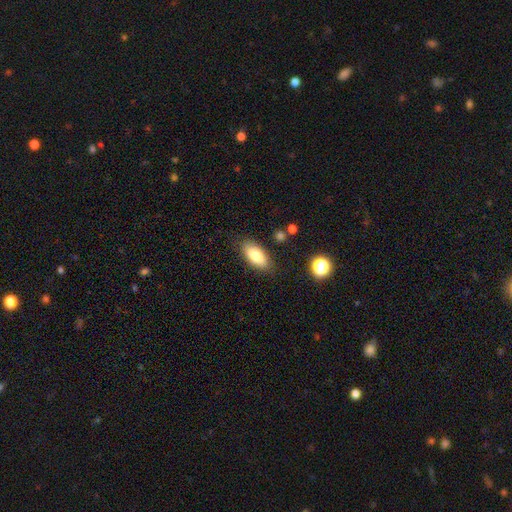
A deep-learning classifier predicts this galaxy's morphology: smooth 78%, featured or disk 14%, star or artifact 7%. Down the decision tree: how rounded — in between (88%); merging — none (85%).